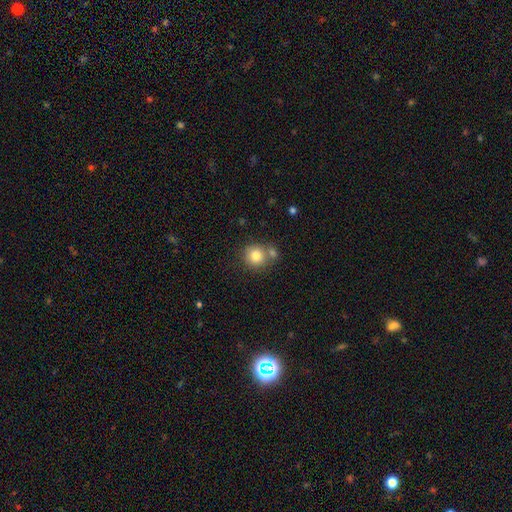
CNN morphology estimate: Overall: smooth (80%). How rounded: round (90%). Merging: none (61%; merger 27%).